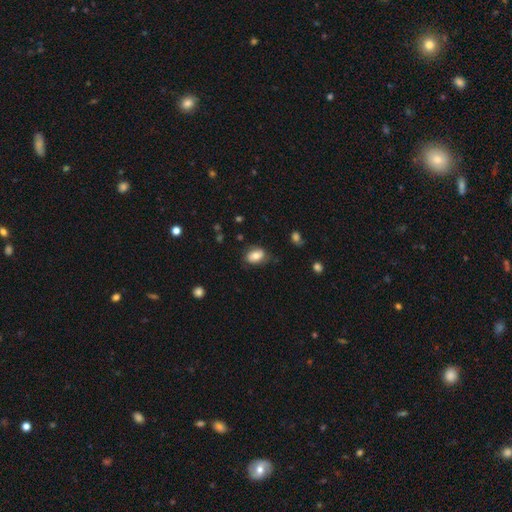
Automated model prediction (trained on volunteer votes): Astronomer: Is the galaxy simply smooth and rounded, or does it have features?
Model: smooth — 73%.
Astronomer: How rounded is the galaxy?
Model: in between — 80%.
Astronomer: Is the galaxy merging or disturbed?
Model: none — 69%.